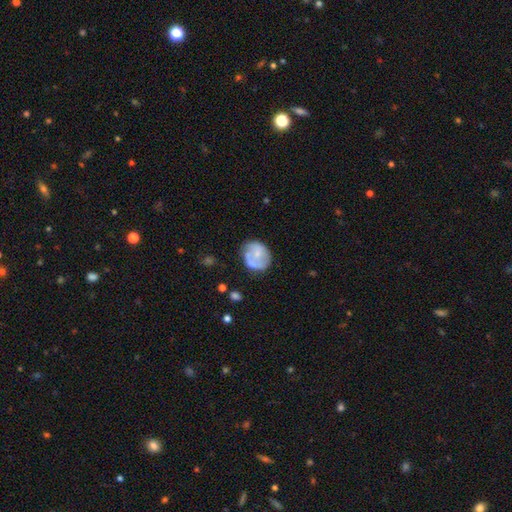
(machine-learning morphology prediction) type=featured or disk (50%); merging=none (56%).